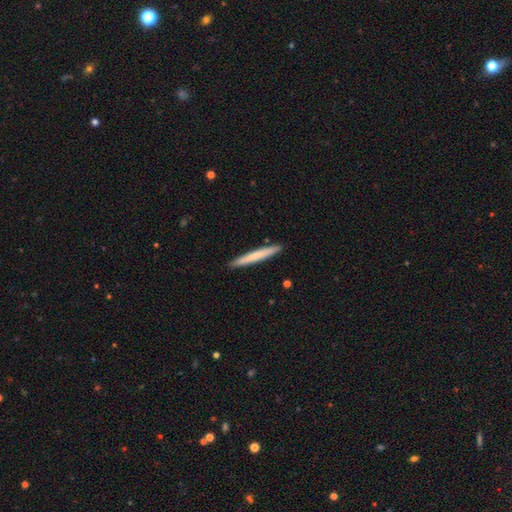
smooth_or_featured: smooth (p=0.75) [alt: featured or disk p=0.23]
how_rounded: cigar-shaped (p=0.97) [alt: round p=0.03]
merging: none (p=0.97) [alt: minor disturbance p=0.03]